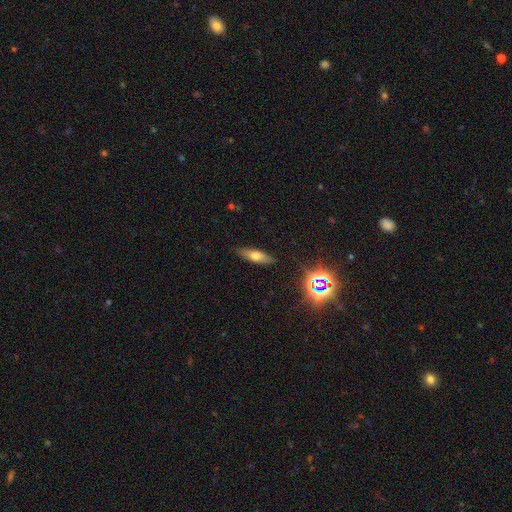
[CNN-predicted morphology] smooth 56%, featured or disk 32%, star or artifact 13%. Down the decision tree: how rounded — cigar-shaped (52%); merging — none (85%).